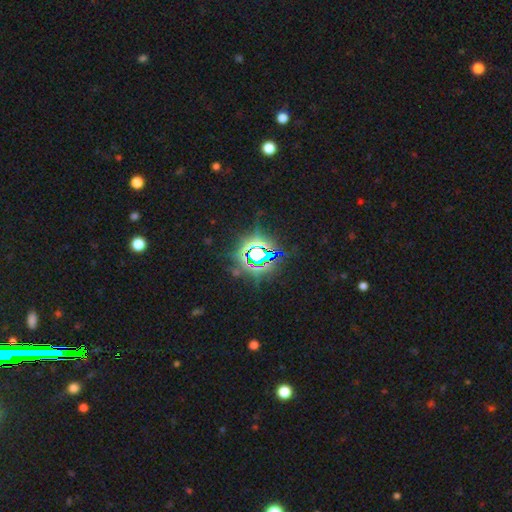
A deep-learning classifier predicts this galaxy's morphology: type=star or artifact (79%).